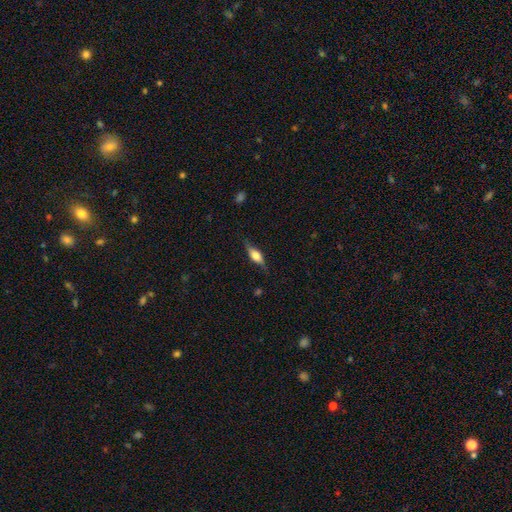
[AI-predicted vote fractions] A featured or disk galaxy (52%) viewed edge-on (89%). Merging: none (75%).